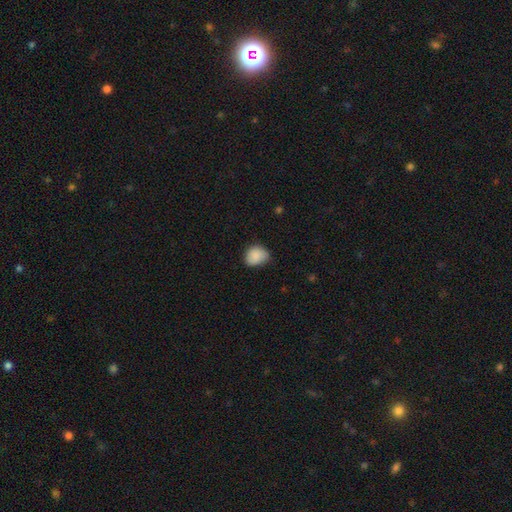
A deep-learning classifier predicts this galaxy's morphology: Smooth or featured?
  - smooth: 87% *
  - star or artifact: 8%
  - featured or disk: 5%
How rounded?
  - round: 51% *
  - in between: 48%
  - cigar-shaped: 1%
Merging?
  - none: 58% *
  - minor disturbance: 34%
  - major disturbance: 5%
  - merger: 2%